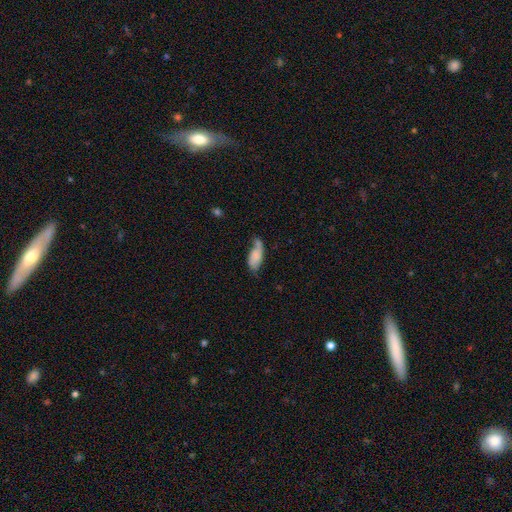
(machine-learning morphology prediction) smooth 68%, featured or disk 24%, star or artifact 8%. Down the decision tree: how rounded — in between (87%); merging — none (37%).